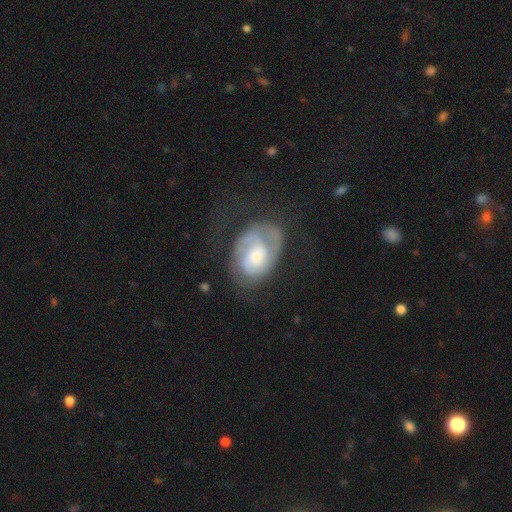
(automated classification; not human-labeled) Smooth or featured: featured or disk — 71% (smooth — 23%)
Edge-on disk: no — 97% (yes — 3%)
Bar: no — 62% (weak — 31%)
Spiral arms: yes — 85% (no — 15%)
Spiral winding: tight — 48% (medium — 36%)
Spiral arm count: 2 — 45% (can't tell — 26%)
Bulge size: moderate — 42% (small — 27%)
Merging: none — 46% (major disturbance — 29%)